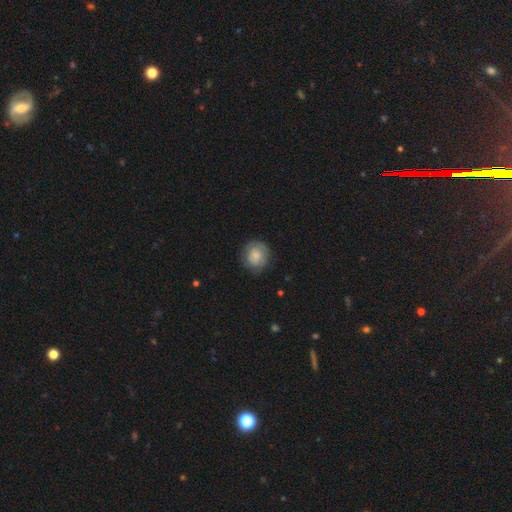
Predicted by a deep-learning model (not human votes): A smooth galaxy with no disk features (68%) that is round (82%).

Vote fractions:
- Smooth or featured? smooth: 68% / featured or disk: 25% / star or artifact: 7%
- How rounded? round: 82% / in between: 17% / cigar-shaped: 1%
- Merging? none: 75% / minor disturbance: 18% / major disturbance: 6% / merger: 1%